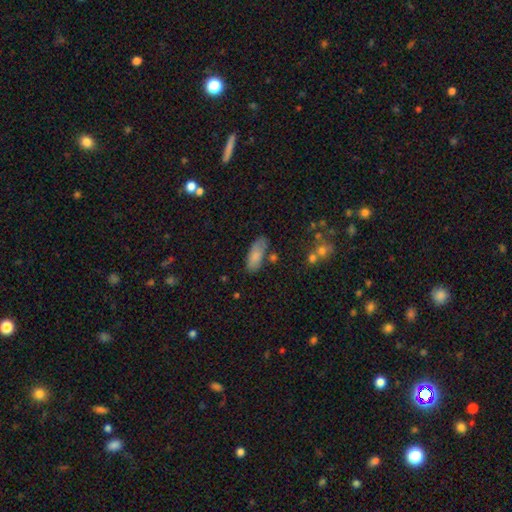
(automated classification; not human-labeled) A smooth galaxy with no disk features (79%) that is in between round and cigar-shaped (80%).

Vote fractions:
- Smooth or featured? smooth: 79% / featured or disk: 14% / star or artifact: 7%
- How rounded? in between: 80% / cigar-shaped: 18% / round: 2%
- Merging? none: 66% / minor disturbance: 22% / major disturbance: 6% / merger: 6%